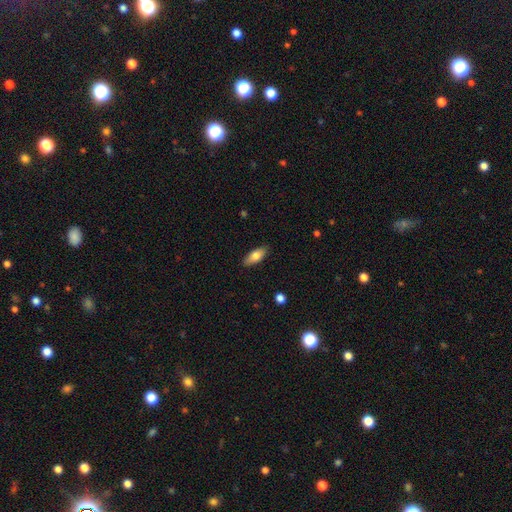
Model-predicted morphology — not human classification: Smooth or featured? smooth (73%)
How rounded? in between (78%)
Merging? none (87%)